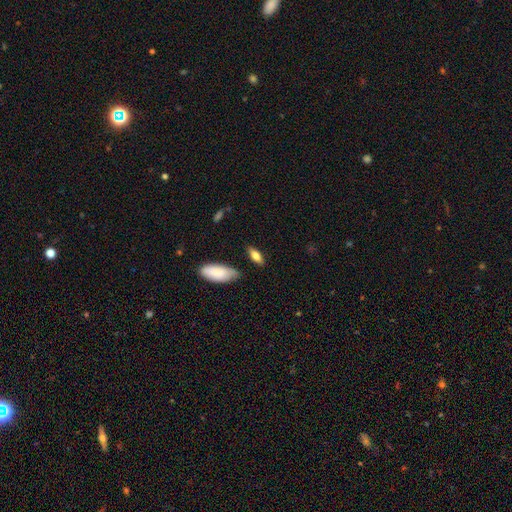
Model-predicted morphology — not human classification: Overall: smooth (77%). How rounded: in between (69%). Merging: none (78%).